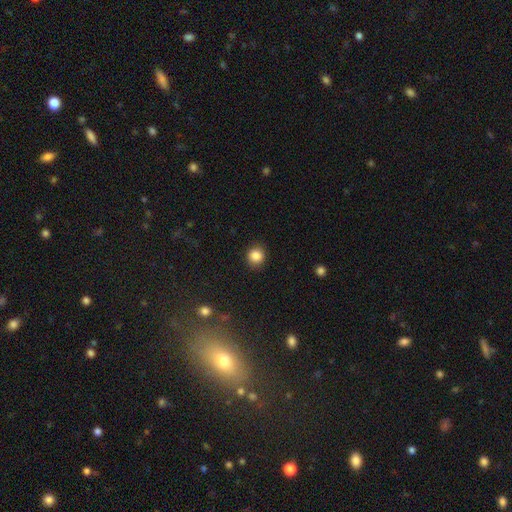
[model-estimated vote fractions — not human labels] This appears to be a smooth galaxy with no disk features (86%) that is round (90%). Merging: none (89%).